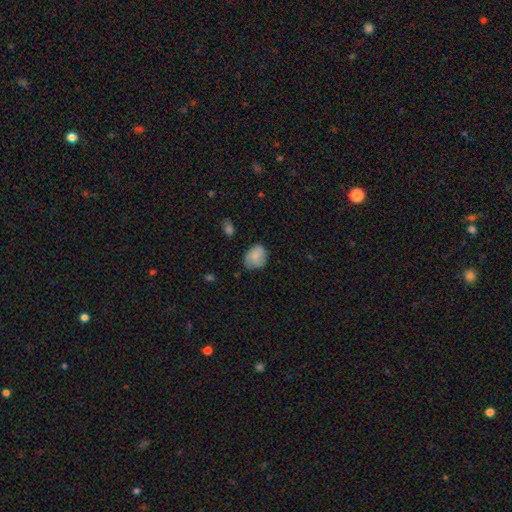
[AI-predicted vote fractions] Overall: smooth (80%). How rounded: round (51%; in between 48%). Merging: none (64%; minor disturbance 28%).